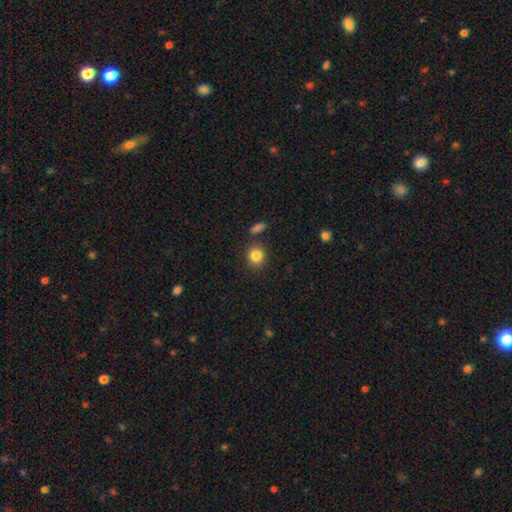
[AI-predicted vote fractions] A smooth galaxy with no disk features (85%) that is round (80%).

Vote fractions:
- Smooth or featured? smooth: 85% / star or artifact: 10% / featured or disk: 5%
- How rounded? round: 80% / in between: 19% / cigar-shaped: 1%
- Merging? none: 82% / minor disturbance: 9% / merger: 6% / major disturbance: 3%